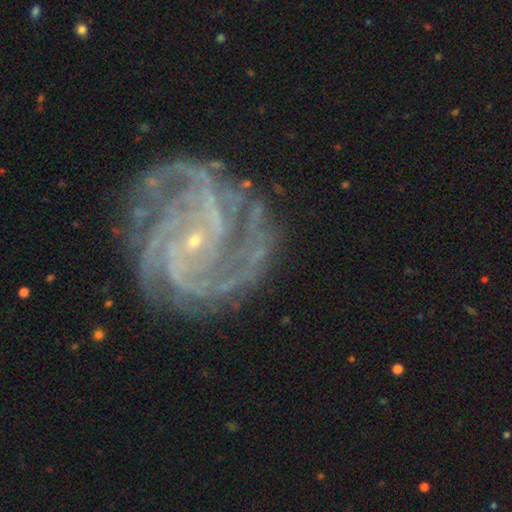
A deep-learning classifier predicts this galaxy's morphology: featured or disk 92%, star or artifact 6%, smooth 3%. Down the decision tree: edge-on disk — no (98%); bar — no (58%); spiral arms — yes (99%); spiral arm count — 4 (26%); spiral winding — tight (63%); bulge size — small (88%); merging — none (73%).